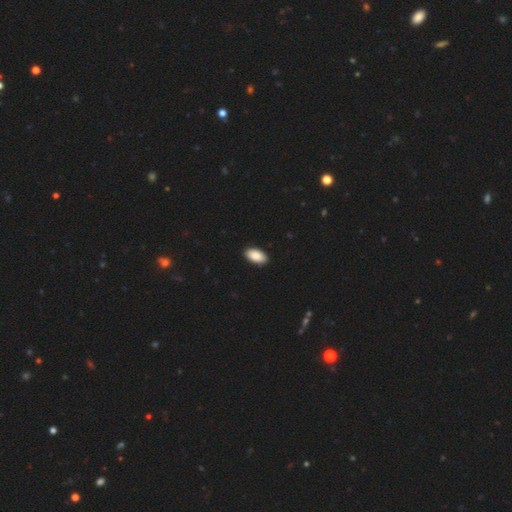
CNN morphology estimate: A smooth galaxy with no disk features (90%) that is in between round and cigar-shaped (95%).

Vote fractions:
- Smooth or featured? smooth: 90% / star or artifact: 6% / featured or disk: 4%
- How rounded? in between: 95% / round: 2% / cigar-shaped: 2%
- Merging? none: 91% / minor disturbance: 7% / major disturbance: 1% / merger: 1%